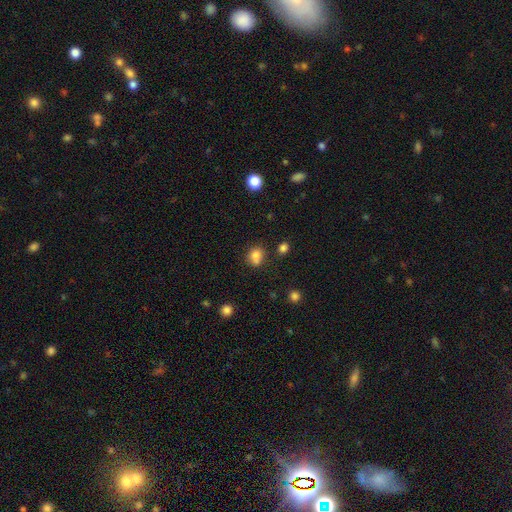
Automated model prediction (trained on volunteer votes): smooth 80%, star or artifact 12%, featured or disk 8%. Down the decision tree: how rounded — round (66%); merging — none (54%).